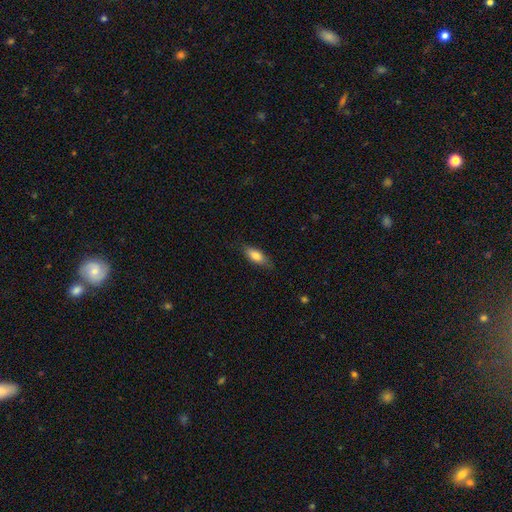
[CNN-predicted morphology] Smooth or featured? Predicted: smooth (p=0.79). How rounded? Predicted: in between (p=0.75). Merging? Predicted: none (p=0.78).